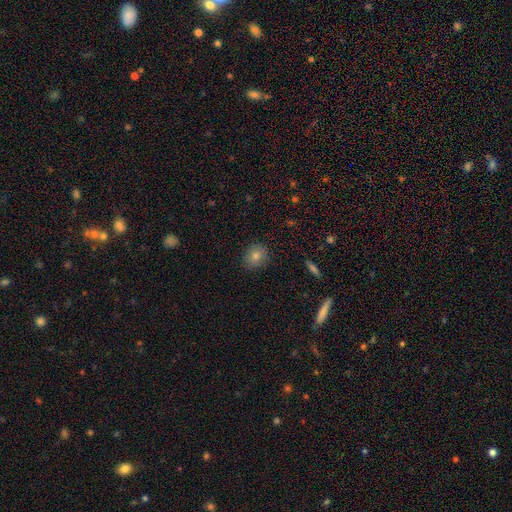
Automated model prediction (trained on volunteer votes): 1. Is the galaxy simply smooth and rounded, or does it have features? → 78% smooth, 12% star or artifact, 10% featured or disk.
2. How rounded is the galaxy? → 75% round, 24% in between, 1% cigar-shaped.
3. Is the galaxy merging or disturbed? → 88% none, 9% minor disturbance, 2% major disturbance, 1% merger.